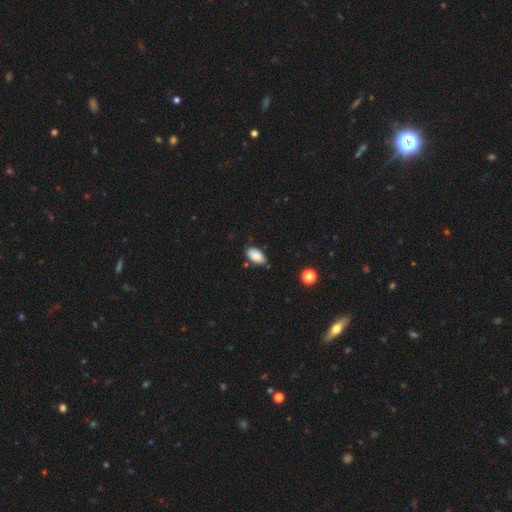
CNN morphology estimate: This appears to be a smooth galaxy with no disk features (87%) that is in between round and cigar-shaped (94%). Merging: none (72%).